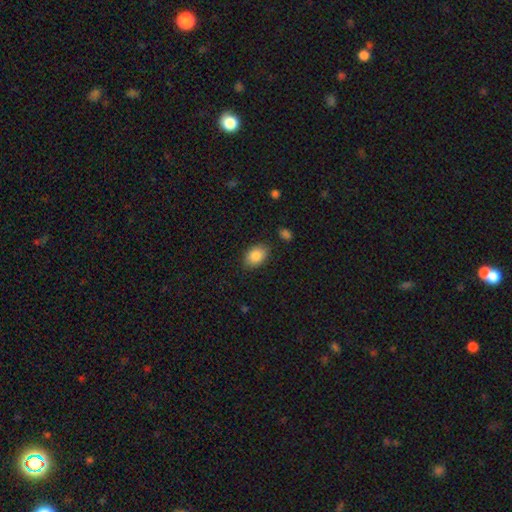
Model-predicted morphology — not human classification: A smooth galaxy with no disk features (86%) that is in between round and cigar-shaped (83%).

Vote fractions:
- Smooth or featured? smooth: 86% / star or artifact: 7% / featured or disk: 6%
- How rounded? in between: 83% / round: 16% / cigar-shaped: 1%
- Merging? none: 84% / minor disturbance: 11% / major disturbance: 3% / merger: 2%